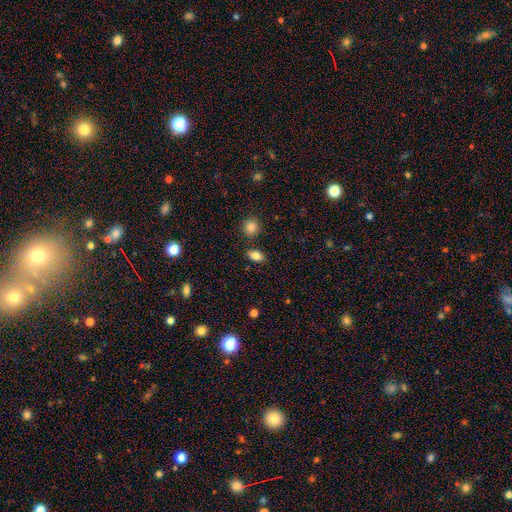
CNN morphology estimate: smooth_or_featured: smooth (p=0.83) [alt: star or artifact p=0.09]
how_rounded: in between (p=0.85) [alt: round p=0.11]
merging: none (p=0.82) [alt: minor disturbance p=0.10]